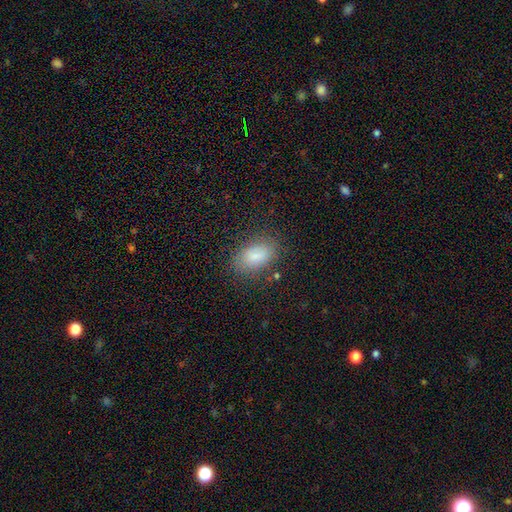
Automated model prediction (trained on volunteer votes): Smooth or featured?
  - smooth: 83% *
  - featured or disk: 9%
  - star or artifact: 8%
How rounded?
  - in between: 92% *
  - round: 6%
  - cigar-shaped: 3%
Merging?
  - none: 80% *
  - minor disturbance: 14%
  - major disturbance: 4%
  - merger: 2%